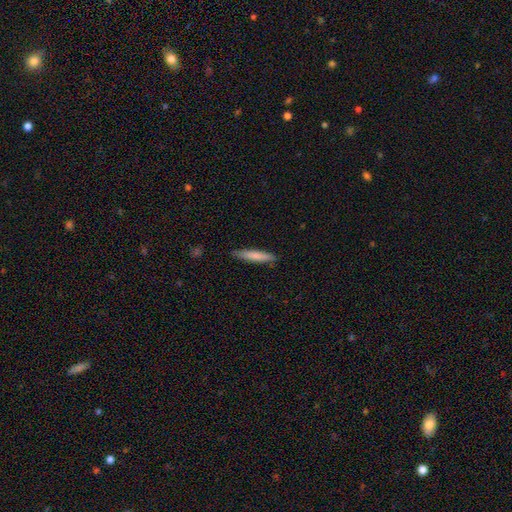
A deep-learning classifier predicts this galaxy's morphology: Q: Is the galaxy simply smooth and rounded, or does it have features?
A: smooth — 76%.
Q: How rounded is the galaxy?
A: cigar-shaped — 91%.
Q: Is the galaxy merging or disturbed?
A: none — 87%.